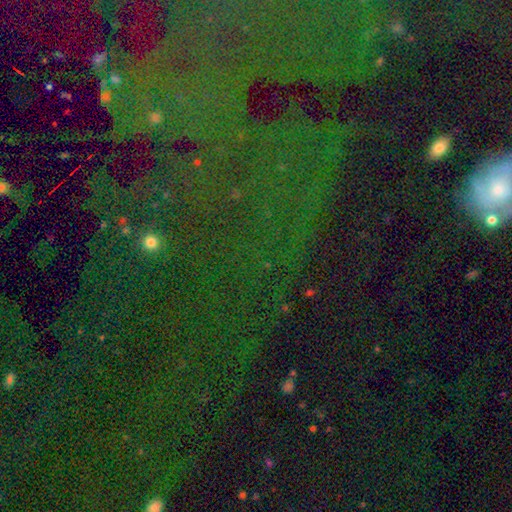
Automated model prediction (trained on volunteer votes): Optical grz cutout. It shows a star or artifact, not a galaxy (77%).